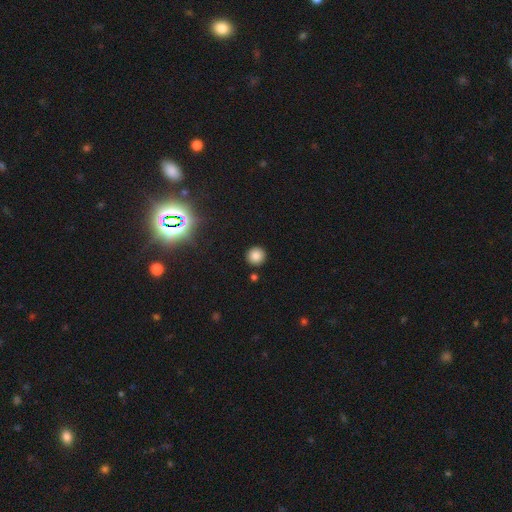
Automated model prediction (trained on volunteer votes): Smooth or featured? Predicted: smooth (p=0.83). How rounded? Predicted: round (p=0.94). Merging? Predicted: none (p=0.91).